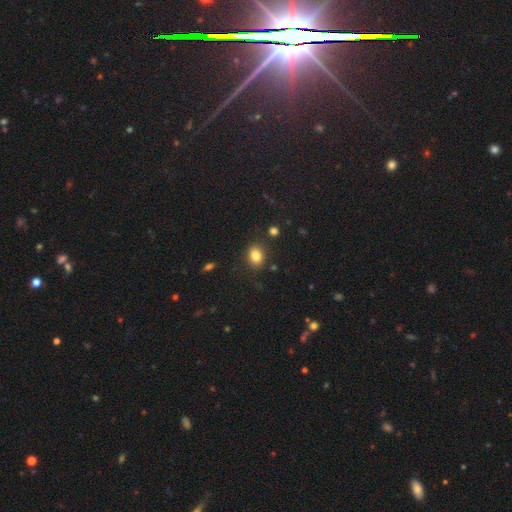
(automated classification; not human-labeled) smooth_or_featured: smooth (p=0.83) [alt: star or artifact p=0.10]
how_rounded: in between (p=0.65) [alt: round p=0.34]
merging: none (p=0.83) [alt: minor disturbance p=0.11]